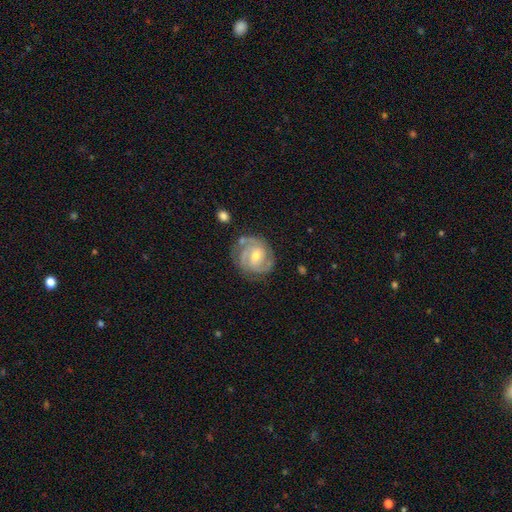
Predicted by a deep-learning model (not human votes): smooth-or-featured: featured or disk: 86% | smooth: 8% | star or artifact: 5%
  disk-edge-on: no: 98% | yes: 2%
    bar: no: 44% | weak: 43% | strong: 13%
    has-spiral-arms: yes: 97% | no: 3%
      spiral-winding: tight: 68% | medium: 27% | loose: 4%
      spiral-arm-count: 2: 56% | 3: 23% | can't tell: 12% | 4: 4% | 1: 3% | more than 4: 3%
    bulge-size: moderate: 56% | small: 40% | large: 2% | none: 1% | dominant: 1%
  merging: none: 74% | minor disturbance: 17% | major disturbance: 5% | merger: 3%